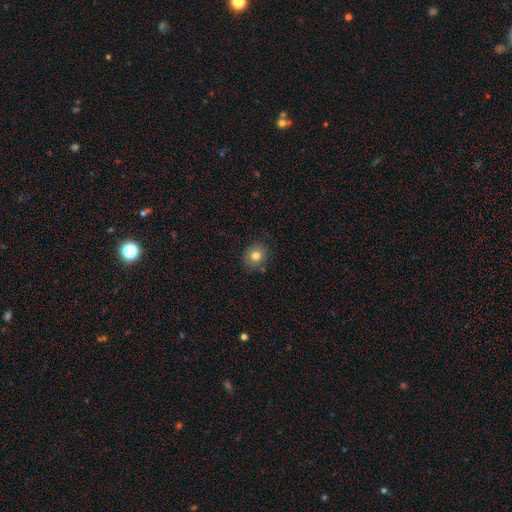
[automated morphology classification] smooth-or-featured: smooth: 78% | featured or disk: 11% | star or artifact: 11%
  how-rounded: round: 69% | in between: 30% | cigar-shaped: 1%
  merging: none: 83% | minor disturbance: 12% | merger: 3% | major disturbance: 3%